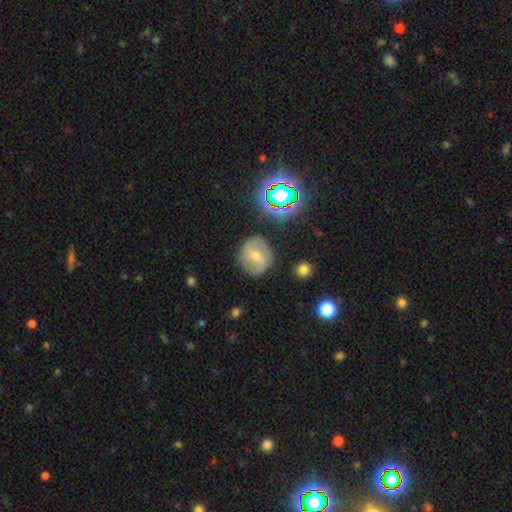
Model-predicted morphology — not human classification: The model was most divided on "smooth or featured": featured or disk: 50%, smooth: 39%, star or artifact: 11%. More confident: merging — none (78%).